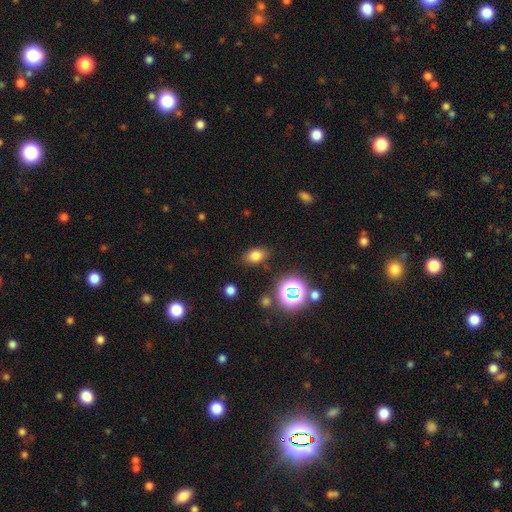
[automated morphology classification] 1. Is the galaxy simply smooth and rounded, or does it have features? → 74% smooth, 18% star or artifact, 8% featured or disk.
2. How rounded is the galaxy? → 80% in between, 18% round, 2% cigar-shaped.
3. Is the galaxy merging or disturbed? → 83% none, 11% minor disturbance, 4% major disturbance, 2% merger.